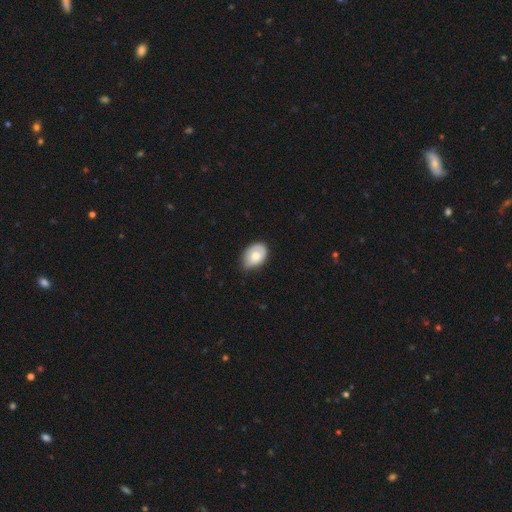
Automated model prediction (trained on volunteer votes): smooth-or-featured: smooth: 75% | featured or disk: 19% | star or artifact: 6%
  how-rounded: in between: 84% | round: 15% | cigar-shaped: 1%
  merging: none: 59% | minor disturbance: 34% | major disturbance: 5% | merger: 1%